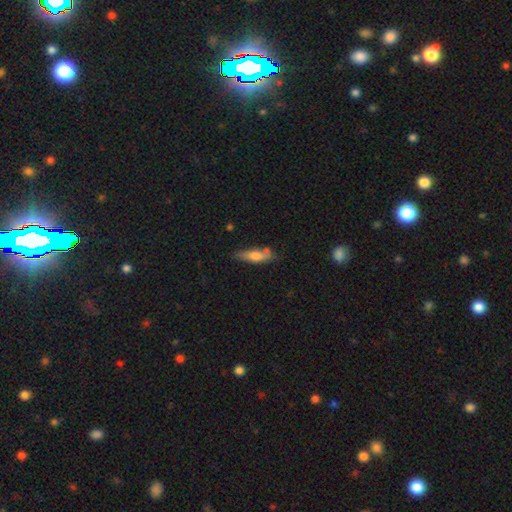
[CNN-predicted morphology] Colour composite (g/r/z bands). It shows a smooth galaxy with no disk features (66%) that is cigar-shaped (52%). Merging: none (61%).